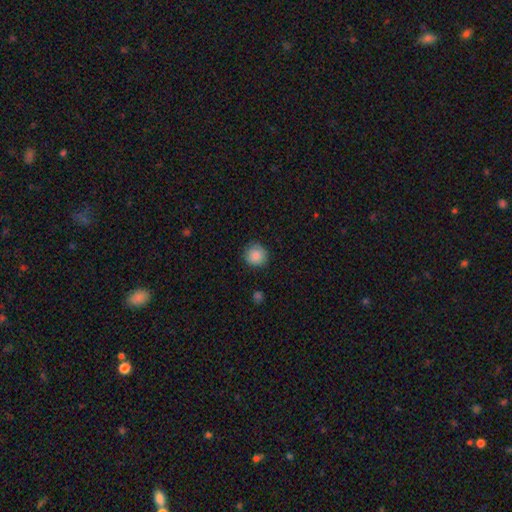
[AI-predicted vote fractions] Morphology: type=smooth (87%); roundness=round (93%); merging=none (87%).